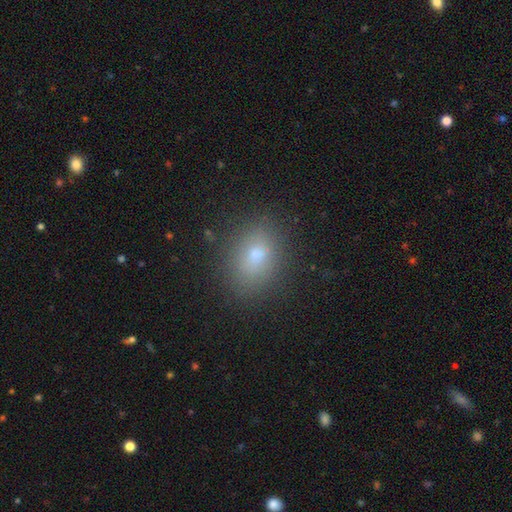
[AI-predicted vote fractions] A smooth galaxy with no disk features (75%) that is in between round and cigar-shaped (72%).

Vote fractions:
- Smooth or featured? smooth: 75% / star or artifact: 13% / featured or disk: 12%
- How rounded? in between: 72% / round: 26% / cigar-shaped: 2%
- Merging? none: 79% / minor disturbance: 14% / major disturbance: 4% / merger: 3%